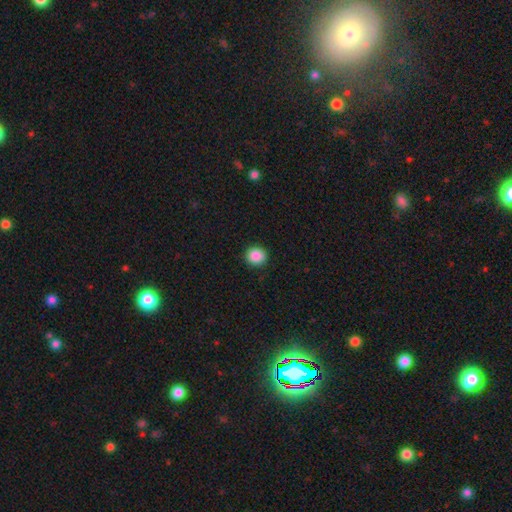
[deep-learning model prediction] Overall: smooth (88%). How rounded: round (87%). Merging: none (92%).